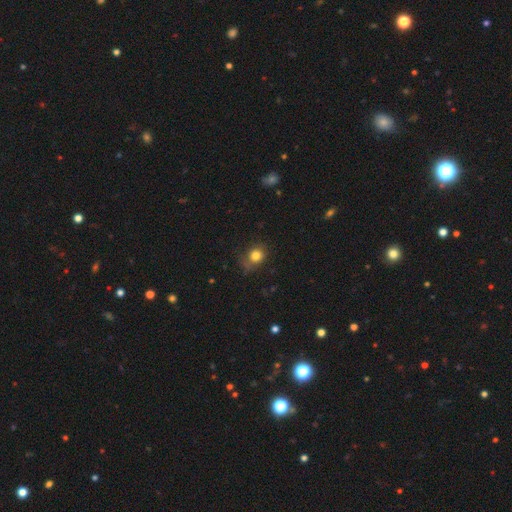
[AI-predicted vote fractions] Smooth or featured?
  - smooth: 80% *
  - star or artifact: 12%
  - featured or disk: 8%
How rounded?
  - round: 74% *
  - in between: 25%
  - cigar-shaped: 1%
Merging?
  - none: 61% *
  - minor disturbance: 25%
  - major disturbance: 12%
  - merger: 2%